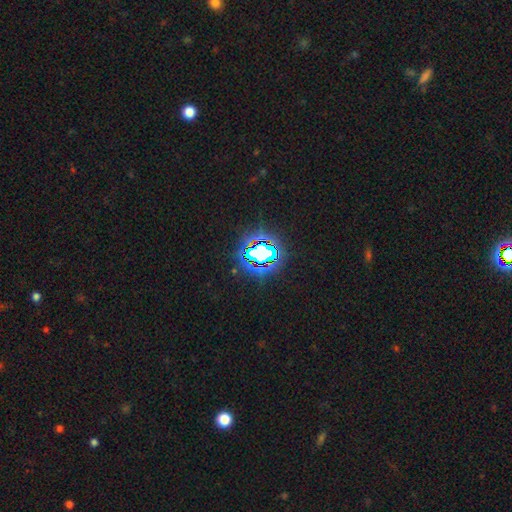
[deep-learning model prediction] Smooth or featured? Predicted: star or artifact (p=0.71).